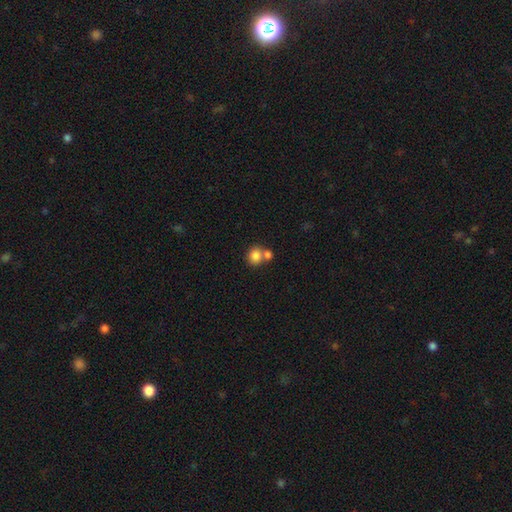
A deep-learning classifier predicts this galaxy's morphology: A smooth galaxy with no disk features (83%) that is round (76%).

Vote fractions:
- Smooth or featured? smooth: 83% / star or artifact: 10% / featured or disk: 8%
- How rounded? round: 76% / in between: 23% / cigar-shaped: 1%
- Merging? none: 46% / merger: 42% / minor disturbance: 8% / major disturbance: 3%